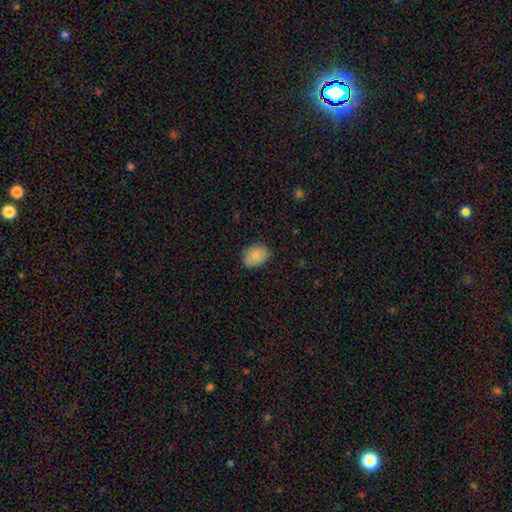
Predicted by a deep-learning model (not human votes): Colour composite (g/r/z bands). It shows a smooth galaxy with no disk features (85%) that is in between round and cigar-shaped (69%). Merging: none (81%).